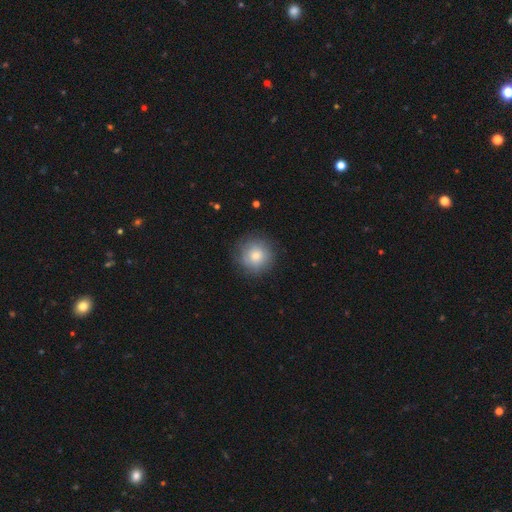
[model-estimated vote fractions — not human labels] A smooth galaxy with no disk features (74%) that is round (94%).

Vote fractions:
- Smooth or featured? smooth: 74% / featured or disk: 17% / star or artifact: 9%
- How rounded? round: 94% / in between: 5% / cigar-shaped: 1%
- Merging? none: 82% / minor disturbance: 13% / major disturbance: 5% / merger: 1%